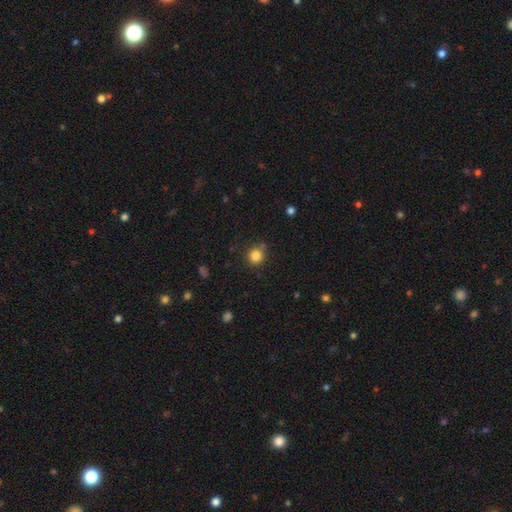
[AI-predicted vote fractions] smooth-or-featured: smooth: 83% | star or artifact: 12% | featured or disk: 5%
  how-rounded: round: 92% | in between: 7% | cigar-shaped: 1%
  merging: none: 80% | minor disturbance: 11% | merger: 6% | major disturbance: 3%